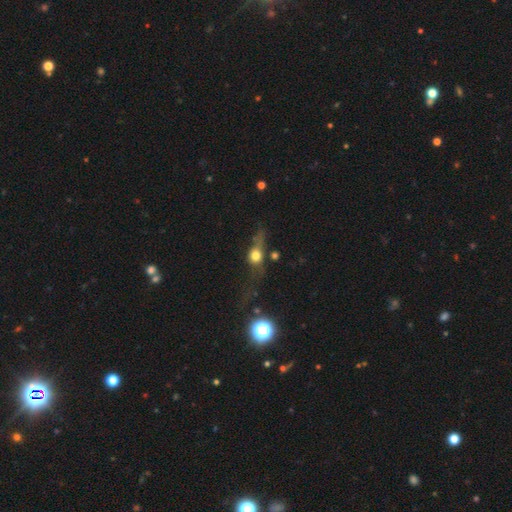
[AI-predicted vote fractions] Morphology: type=smooth (55%); roundness=round (59%); merging=major disturbance (38%).